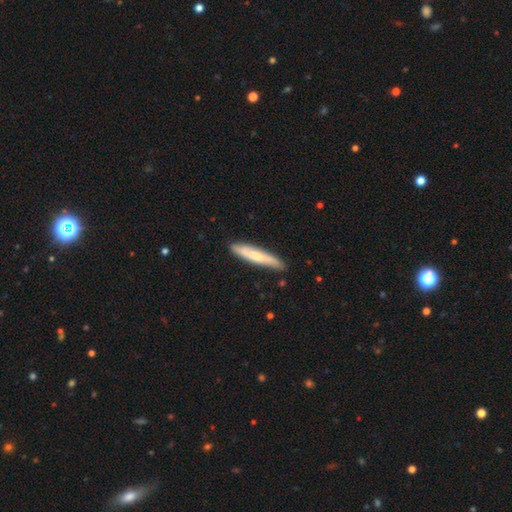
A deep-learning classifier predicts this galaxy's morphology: Overall: smooth (62%; featured or disk 33%). How rounded: cigar-shaped (90%). Merging: none (83%).